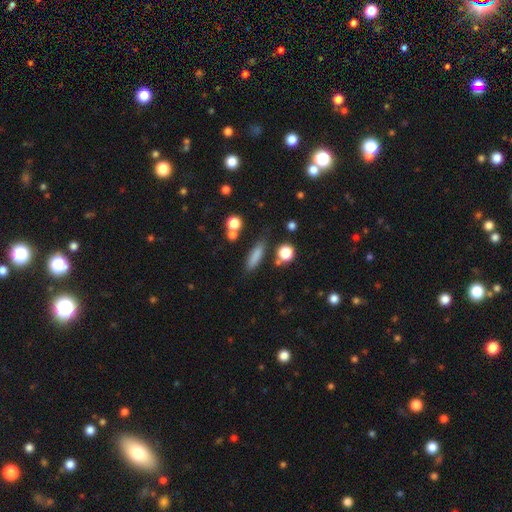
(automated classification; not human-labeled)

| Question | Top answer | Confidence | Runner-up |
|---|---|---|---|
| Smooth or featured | smooth | 80% | featured or disk (11%) |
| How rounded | cigar-shaped | 65% | in between (30%) |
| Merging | none | 77% | minor disturbance (13%) |